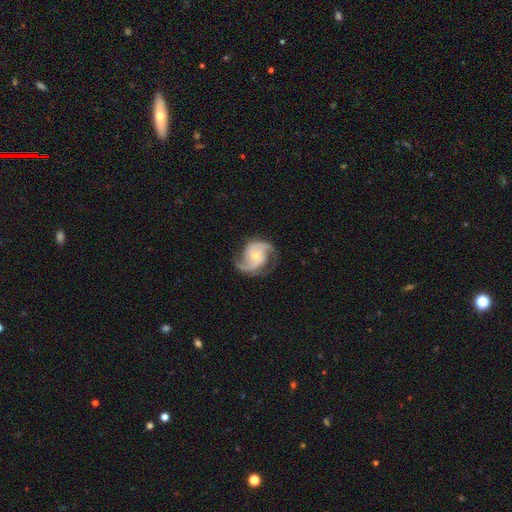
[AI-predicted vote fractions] Q: Smooth or featured?
A: featured or disk (91%); runner-up: smooth (5%)
Q: Edge-on disk?
A: no (98%); runner-up: yes (2%)
Q: Bar?
A: no (68%); runner-up: weak (25%)
Q: Spiral arms?
A: yes (98%); runner-up: no (2%)
Q: Spiral winding?
A: medium (57%); runner-up: tight (26%)
Q: Spiral arm count?
A: 2 (79%); runner-up: 3 (13%)
Q: Bulge size?
A: small (54%); runner-up: moderate (41%)
Q: Merging?
A: none (76%); runner-up: minor disturbance (16%)